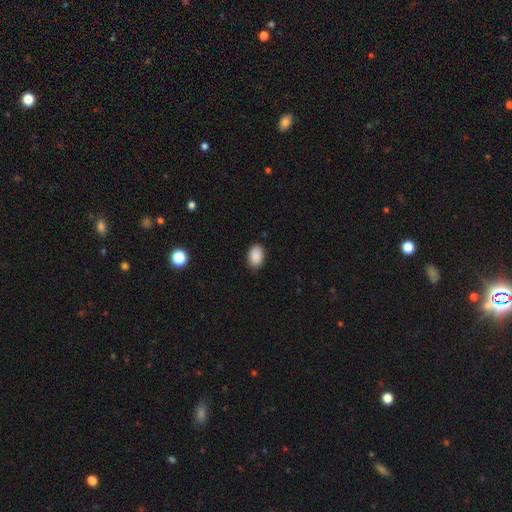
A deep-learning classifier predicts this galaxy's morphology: Smooth or featured? smooth (89%)
How rounded? in between (85%)
Merging? none (85%)